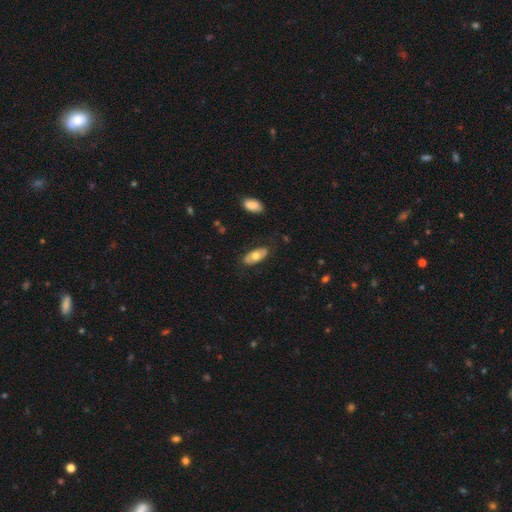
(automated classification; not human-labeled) Overall: smooth (60%; featured or disk 35%). How rounded: in between (90%). Merging: none (80%).